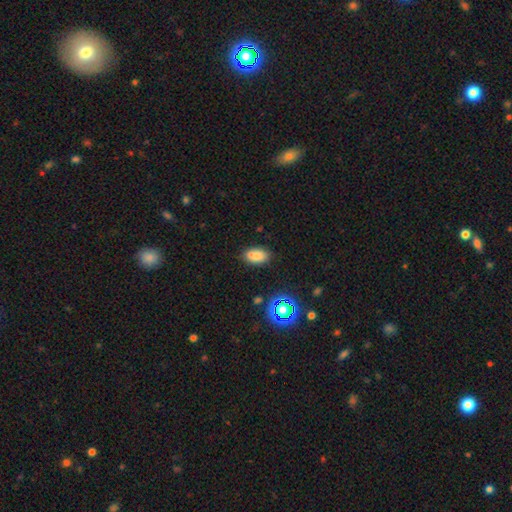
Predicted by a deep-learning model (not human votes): Overall: smooth (79%). How rounded: in between (90%). Merging: none (75%).